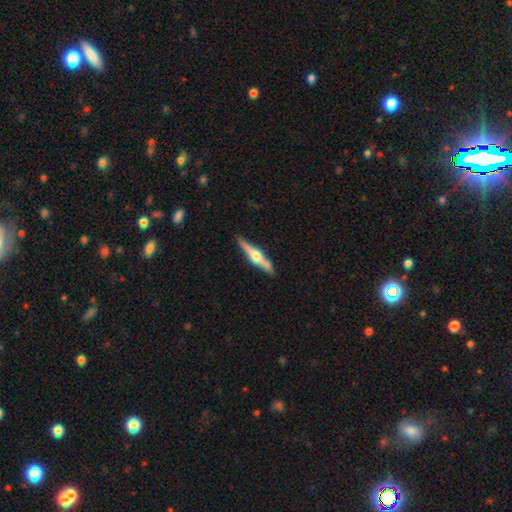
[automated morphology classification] The model was most divided on "smooth or featured": featured or disk: 75%, smooth: 21%, star or artifact: 5%. More confident: edge-on disk — yes (97%); edge-on bulge — rounded (93%); merging — none (84%).